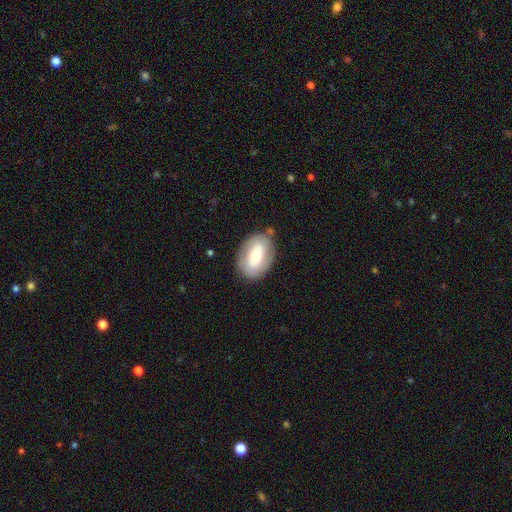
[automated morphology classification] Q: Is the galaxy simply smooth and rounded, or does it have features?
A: smooth — 55%.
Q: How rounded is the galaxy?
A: in between — 83%.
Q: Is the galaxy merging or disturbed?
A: none — 77%.